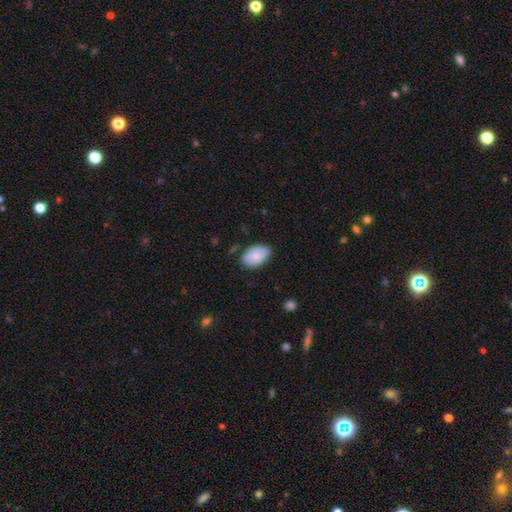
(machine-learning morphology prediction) A smooth galaxy with no disk features (80%) that is in between round and cigar-shaped (91%).

Vote fractions:
- Smooth or featured? smooth: 80% / featured or disk: 14% / star or artifact: 6%
- How rounded? in between: 91% / round: 7% / cigar-shaped: 1%
- Merging? none: 75% / minor disturbance: 20% / major disturbance: 3% / merger: 2%